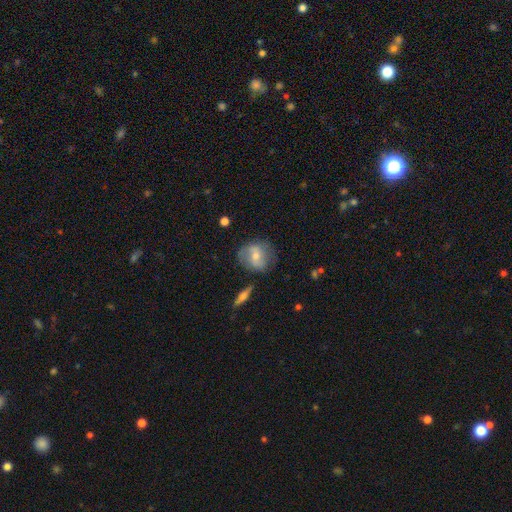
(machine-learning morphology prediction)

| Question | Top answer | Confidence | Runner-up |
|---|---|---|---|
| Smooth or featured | featured or disk | 46% | smooth (44%) |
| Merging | none | 72% | minor disturbance (18%) |